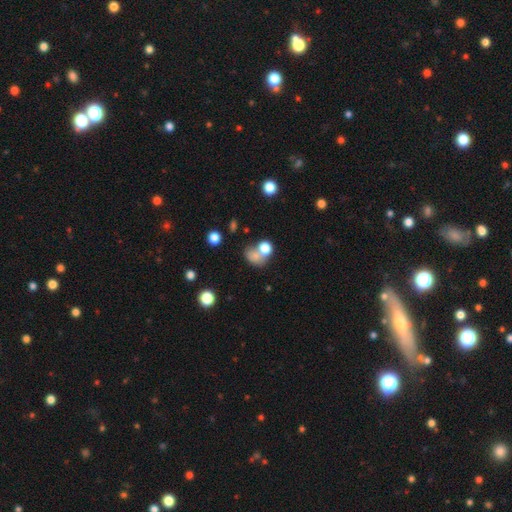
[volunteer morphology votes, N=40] Overall: smooth (88%). How rounded: in between (74%). Merging: none (55%; merger 34%).